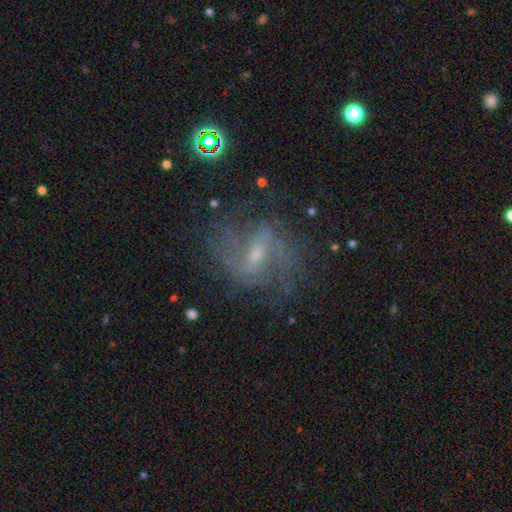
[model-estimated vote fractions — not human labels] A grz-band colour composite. It shows a featured or disk galaxy (79%) with a weak bar (56%), 2 (57%) medium (45%) spiral arms (86%) and a small central bulge (53%). Merging: none (63%).